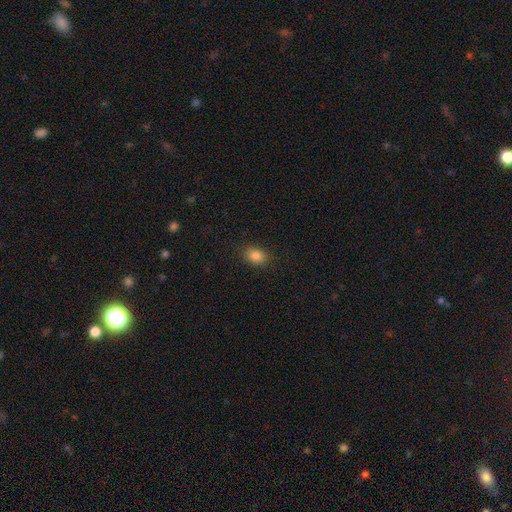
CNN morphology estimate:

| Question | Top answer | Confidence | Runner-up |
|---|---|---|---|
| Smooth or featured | smooth | 85% | star or artifact (11%) |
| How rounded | in between | 69% | round (30%) |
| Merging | none | 86% | minor disturbance (11%) |